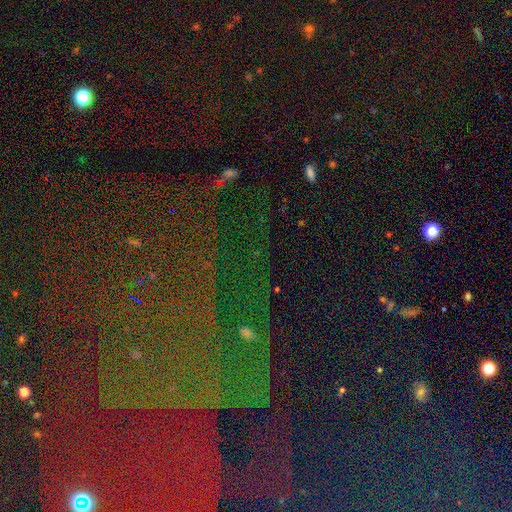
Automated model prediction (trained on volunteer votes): Overall: star or artifact (78%).